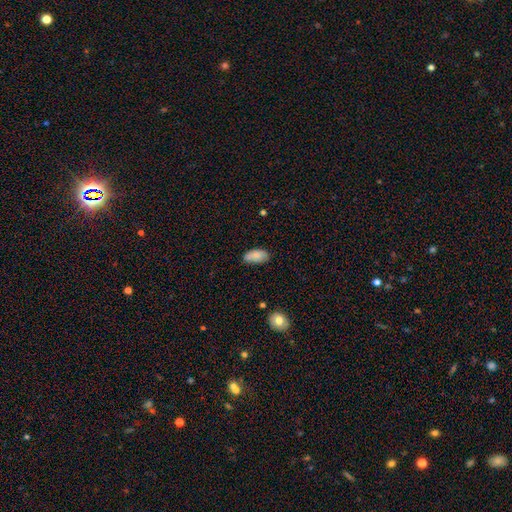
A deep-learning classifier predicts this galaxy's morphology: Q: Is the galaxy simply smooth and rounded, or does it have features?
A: smooth — 84%.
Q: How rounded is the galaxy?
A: in between — 93%.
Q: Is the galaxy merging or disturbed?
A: none — 64%.